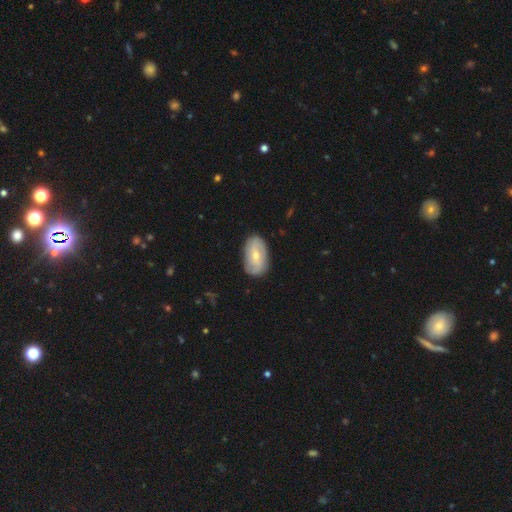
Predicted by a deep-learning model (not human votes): Morphology: type=featured or disk (56%); edge-on=no (94%); bar=weak (43%); spiral arms=yes (76%); bulge=small (54%); merging=none (81%).